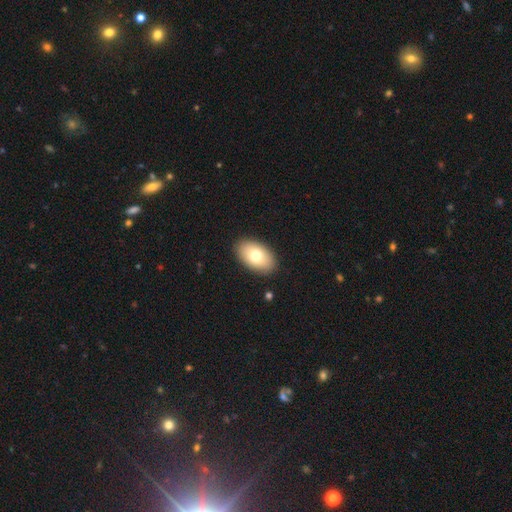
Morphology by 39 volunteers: smooth_or_featured: smooth (p=0.72) [alt: featured or disk p=0.18]
how_rounded: in between (p=0.79) [alt: round p=0.18]
merging: none (p=0.83) [alt: minor disturbance p=0.09]